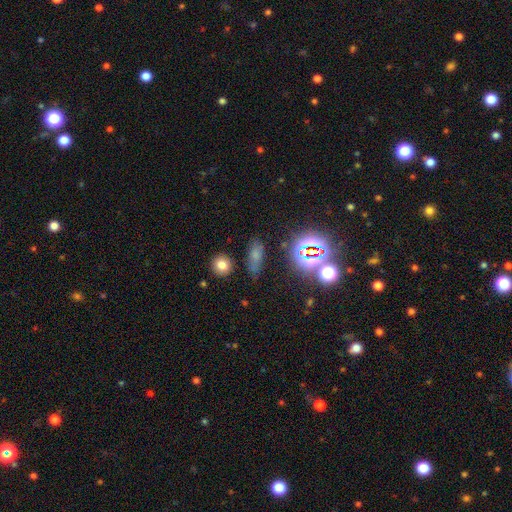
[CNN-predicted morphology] The model was most divided on "smooth or featured": smooth: 57%, star or artifact: 29%, featured or disk: 13%. More confident: merging — none (69%); how rounded — in between (63%).